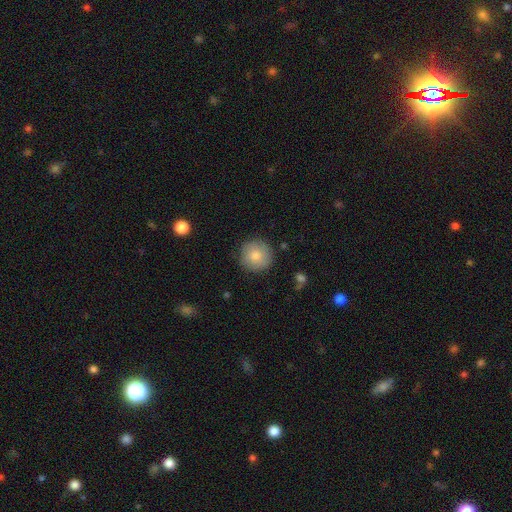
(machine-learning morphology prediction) smooth-or-featured: smooth: 80% | featured or disk: 13% | star or artifact: 7%
  how-rounded: round: 95% | in between: 4% | cigar-shaped: 1%
  merging: none: 85% | minor disturbance: 11% | major disturbance: 3% | merger: 1%